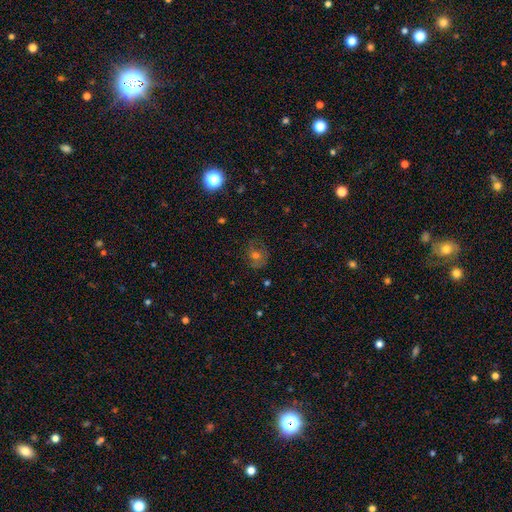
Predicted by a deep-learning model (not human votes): The model was most divided on "smooth or featured": smooth: 44%, featured or disk: 37%, star or artifact: 19%. More confident: merging — none (72%).